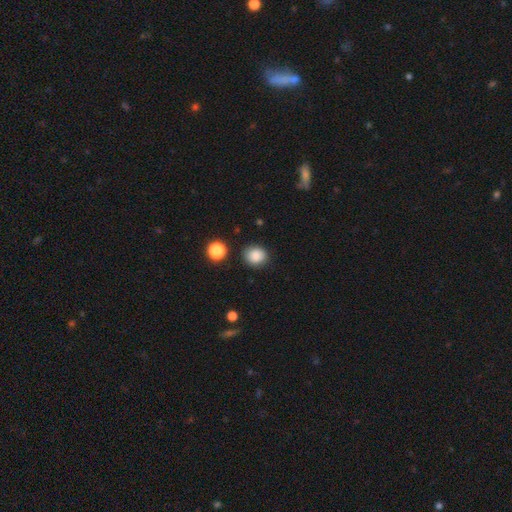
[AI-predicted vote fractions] Smooth or featured? Predicted: smooth (p=0.86). How rounded? Predicted: round (p=0.72). Merging? Predicted: none (p=0.85).